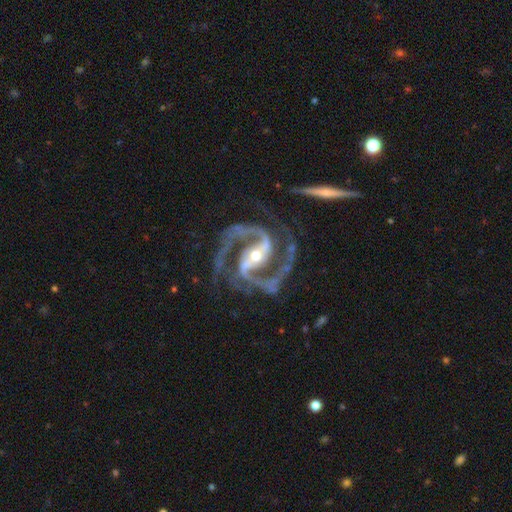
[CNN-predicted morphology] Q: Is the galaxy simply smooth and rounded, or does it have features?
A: featured or disk — 95%.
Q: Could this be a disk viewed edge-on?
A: no — 98%.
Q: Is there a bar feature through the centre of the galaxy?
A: strong — 58%.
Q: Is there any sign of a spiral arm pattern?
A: yes — 99%.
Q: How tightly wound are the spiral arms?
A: medium — 68%.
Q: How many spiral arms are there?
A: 2 — 86%.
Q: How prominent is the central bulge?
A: moderate — 56%.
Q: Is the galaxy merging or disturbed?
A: none — 74%.